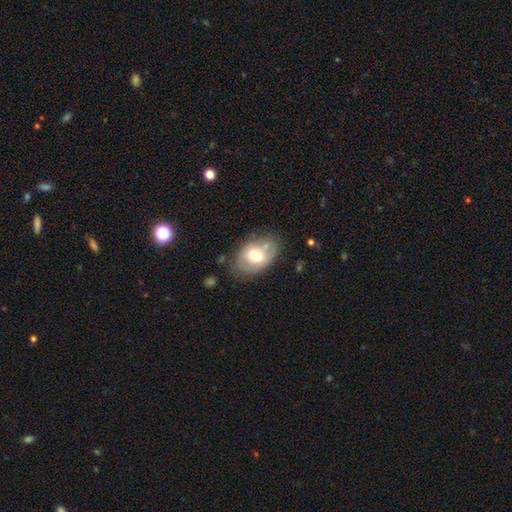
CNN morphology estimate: This is likely a smooth galaxy (63%). How rounded: likely in between (80%). Merging: likely none (65%).